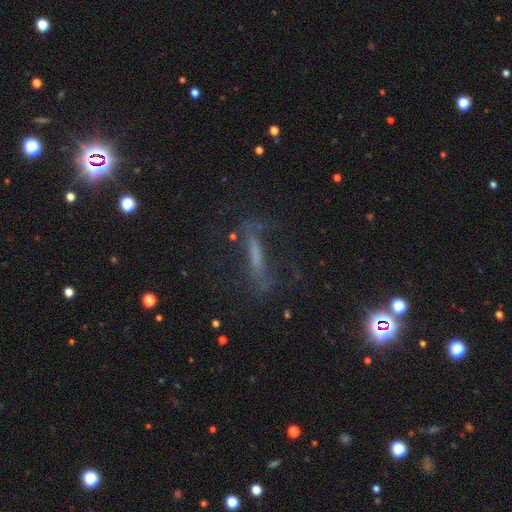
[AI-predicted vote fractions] A featured or disk galaxy (53%).

Vote fractions:
- Smooth or featured? featured or disk: 53% / smooth: 29% / star or artifact: 18%
- Edge-on disk? no: 52% / yes: 48%
- Merging? none: 57% / major disturbance: 21% / minor disturbance: 19% / merger: 3%